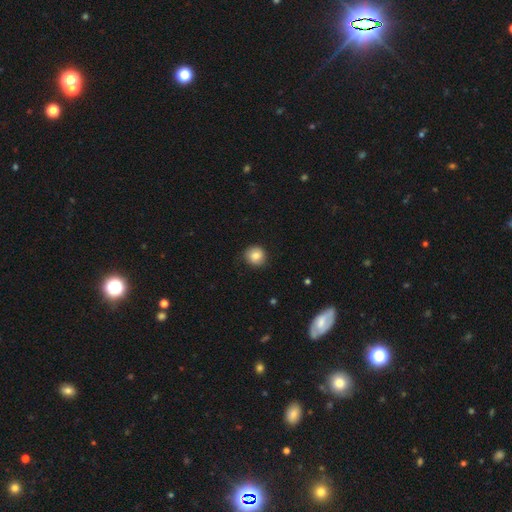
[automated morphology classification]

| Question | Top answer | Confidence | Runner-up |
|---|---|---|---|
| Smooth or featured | smooth | 82% | featured or disk (9%) |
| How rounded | round | 90% | in between (9%) |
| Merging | none | 85% | minor disturbance (11%) |